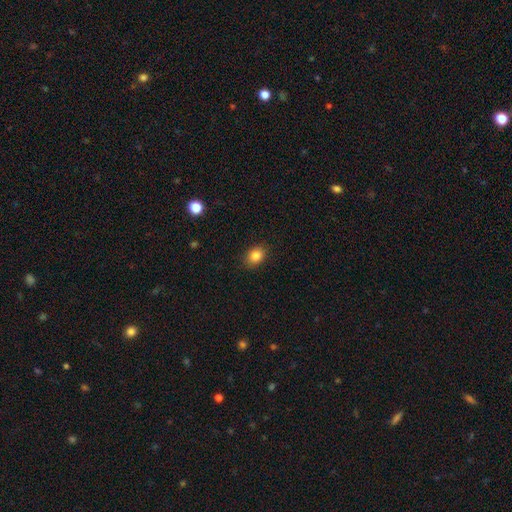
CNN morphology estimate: smooth-or-featured: smooth: 84% | star or artifact: 10% | featured or disk: 6%
  how-rounded: in between: 57% | round: 42% | cigar-shaped: 1%
  merging: none: 87% | minor disturbance: 10% | major disturbance: 2% | merger: 1%